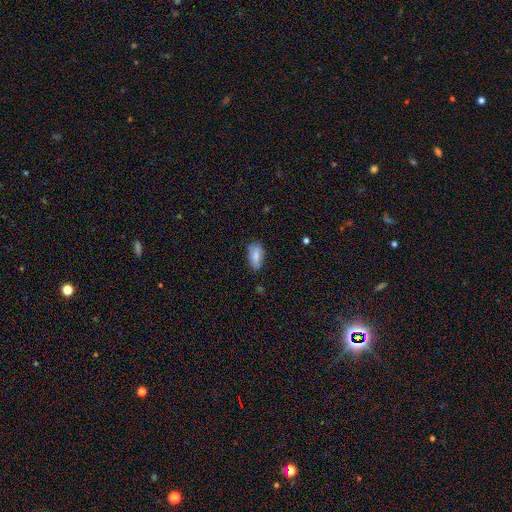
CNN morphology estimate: Smooth or featured?
  - smooth: 81% *
  - featured or disk: 12%
  - star or artifact: 7%
How rounded?
  - in between: 91% *
  - cigar-shaped: 6%
  - round: 3%
Merging?
  - none: 73% *
  - minor disturbance: 21%
  - major disturbance: 4%
  - merger: 2%